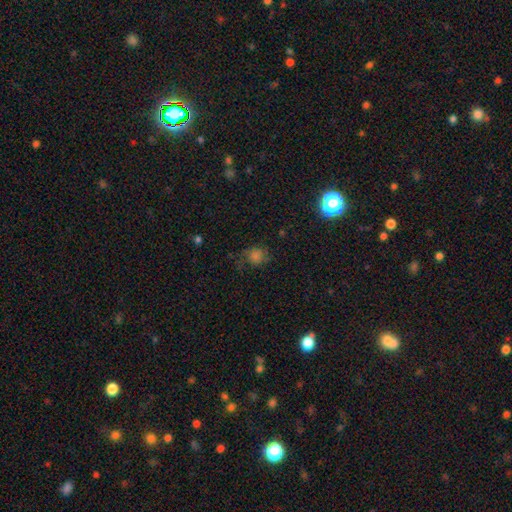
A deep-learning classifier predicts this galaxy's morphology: Smooth or featured? smooth (58%)
How rounded? round (72%)
Merging? none (62%)